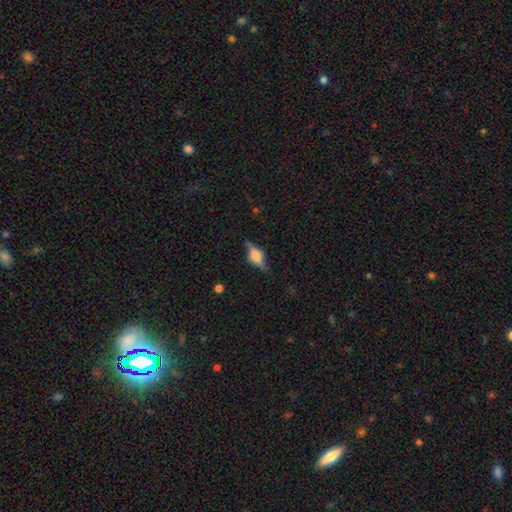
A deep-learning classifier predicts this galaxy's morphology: type=featured or disk (67%); edge-on=yes (94%); edge-on bulge=rounded (82%); merging=none (78%).